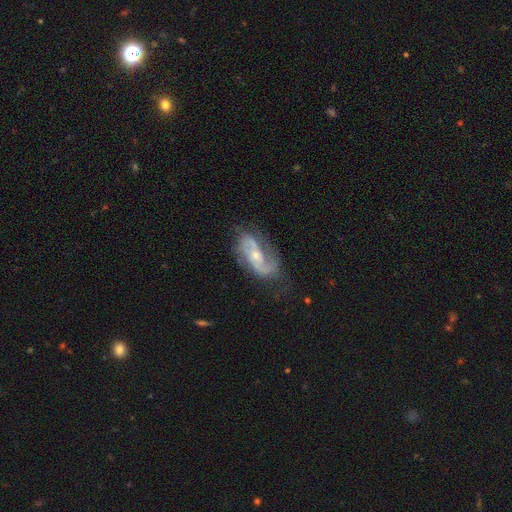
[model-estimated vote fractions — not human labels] A featured or disk galaxy (83%) with no bar (51%), 2 (81%) medium (46%) spiral arms (94%) and a small central bulge (49%). Merging: none (63%).